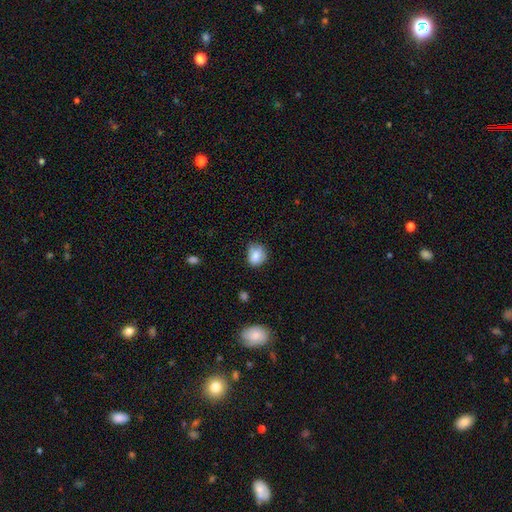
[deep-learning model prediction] This appears to be a smooth galaxy with no disk features (79%) that is round (65%). Merging: none (65%).